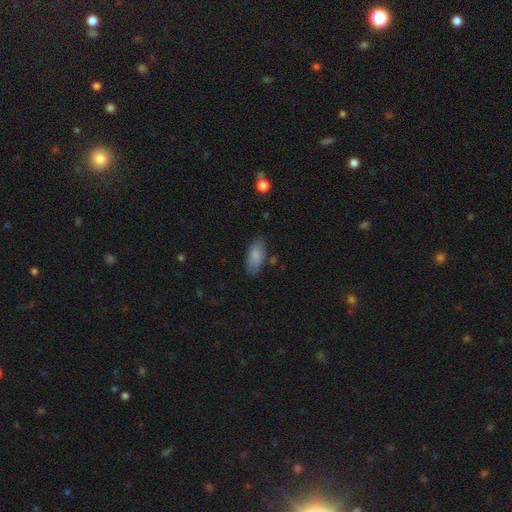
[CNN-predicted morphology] Smooth or featured: smooth — 85% (featured or disk — 8%)
How rounded: in between — 90% (cigar-shaped — 8%)
Merging: none — 78% (minor disturbance — 16%)